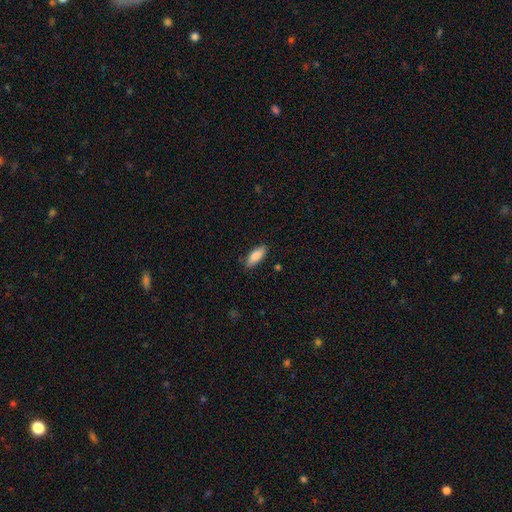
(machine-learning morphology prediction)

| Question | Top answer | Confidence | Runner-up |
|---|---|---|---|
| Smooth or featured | smooth | 86% | featured or disk (8%) |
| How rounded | in between | 76% | cigar-shaped (22%) |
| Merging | none | 84% | minor disturbance (12%) |